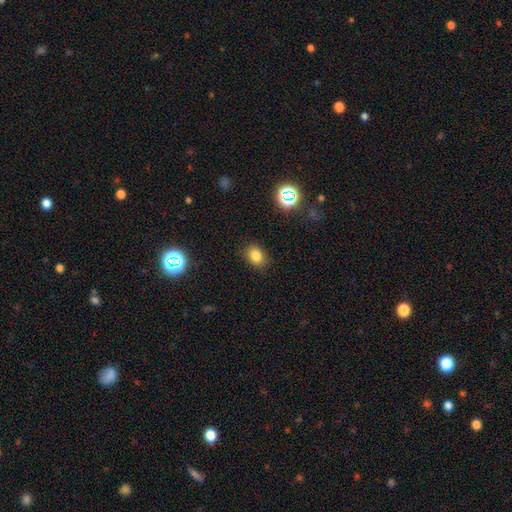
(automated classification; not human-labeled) Smooth or featured? smooth (80%)
How rounded? in between (56%)
Merging? none (85%)